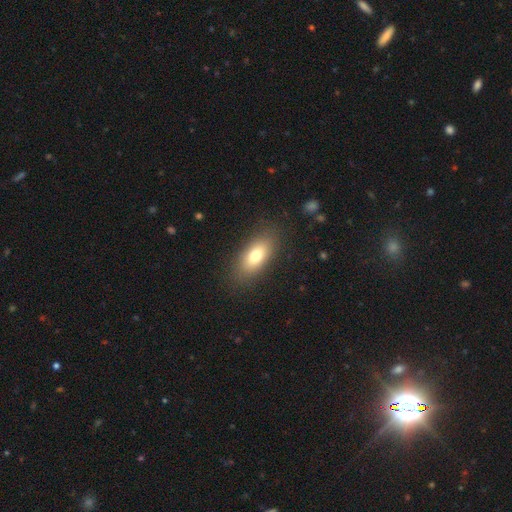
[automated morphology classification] smooth_or_featured: smooth (p=0.75) [alt: featured or disk p=0.17]
how_rounded: in between (p=0.84) [alt: cigar-shaped p=0.11]
merging: none (p=0.85) [alt: minor disturbance p=0.10]